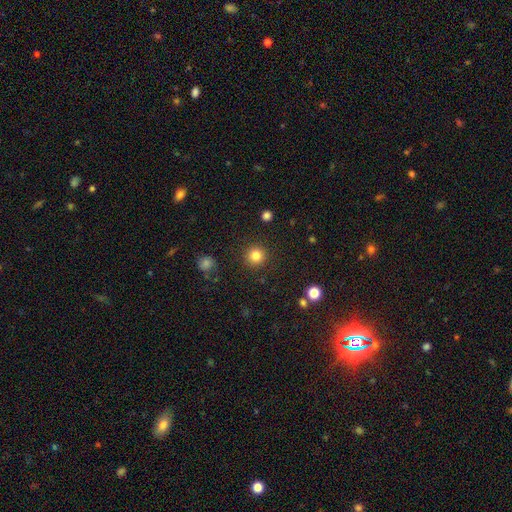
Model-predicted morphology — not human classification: Q: Smooth or featured?
A: smooth (83%); runner-up: star or artifact (12%)
Q: How rounded?
A: round (95%); runner-up: in between (4%)
Q: Merging?
A: none (91%); runner-up: minor disturbance (5%)